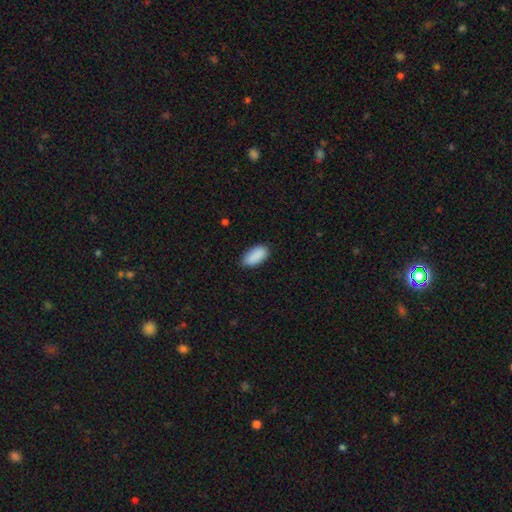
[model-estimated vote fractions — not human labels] Overall: smooth (90%). How rounded: in between (92%). Merging: none (81%).